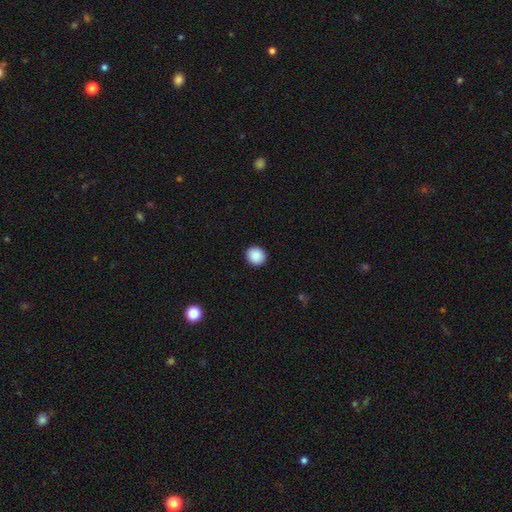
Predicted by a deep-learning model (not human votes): smooth_or_featured: smooth (p=0.90) [alt: star or artifact p=0.08]
how_rounded: round (p=0.82) [alt: in between p=0.17]
merging: none (p=0.92) [alt: minor disturbance p=0.05]